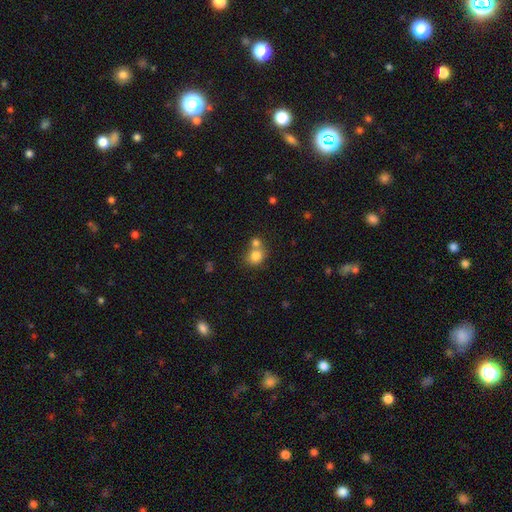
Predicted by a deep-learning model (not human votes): A smooth galaxy with no disk features (81%) that is round (75%).

Vote fractions:
- Smooth or featured? smooth: 81% / star or artifact: 11% / featured or disk: 9%
- How rounded? round: 75% / in between: 24% / cigar-shaped: 1%
- Merging? none: 47% / merger: 41% / minor disturbance: 8% / major disturbance: 3%